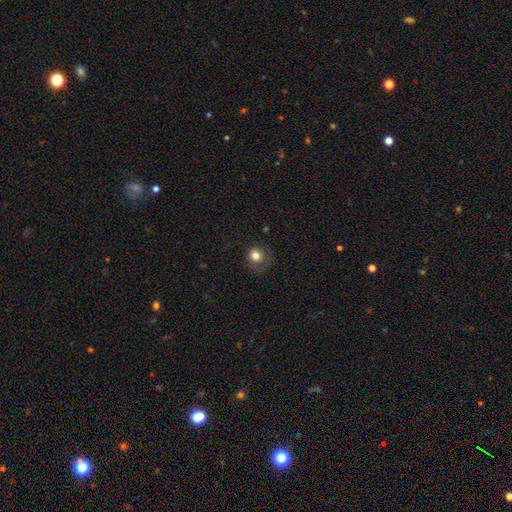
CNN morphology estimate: Overall: smooth (78%). How rounded: round (83%). Merging: none (66%).